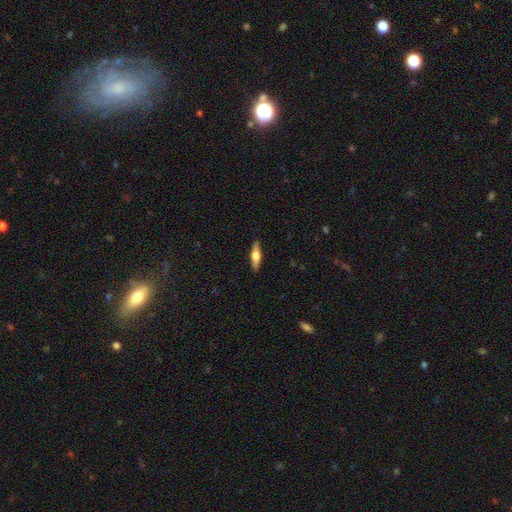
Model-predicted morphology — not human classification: The model was most divided on "smooth or featured": featured or disk: 51%, smooth: 43%, star or artifact: 6%. More confident: edge-on disk — yes (95%); merging — none (90%).